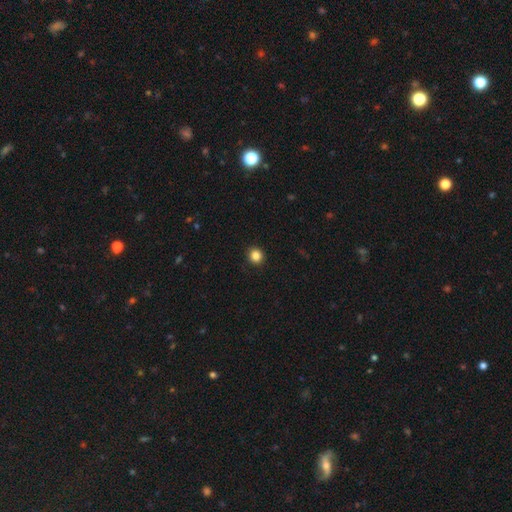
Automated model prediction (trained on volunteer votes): Smooth or featured?
  - smooth: 85% *
  - star or artifact: 11%
  - featured or disk: 4%
How rounded?
  - round: 90% *
  - in between: 9%
  - cigar-shaped: 1%
Merging?
  - none: 92% *
  - minor disturbance: 5%
  - major disturbance: 2%
  - merger: 1%